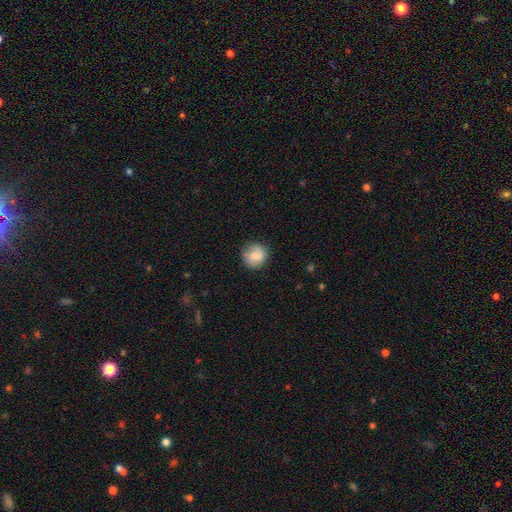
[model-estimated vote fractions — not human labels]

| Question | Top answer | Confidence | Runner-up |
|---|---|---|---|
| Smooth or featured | smooth | 77% | featured or disk (15%) |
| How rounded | round | 89% | in between (10%) |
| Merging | none | 77% | minor disturbance (17%) |